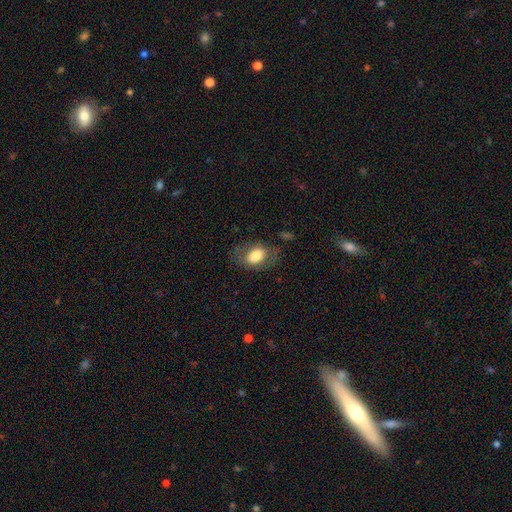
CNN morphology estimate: The model was most divided on "merging": none: 69%, minor disturbance: 18%, major disturbance: 11%, merger: 2%. More confident: how rounded — in between (84%); smooth or featured — smooth (72%).